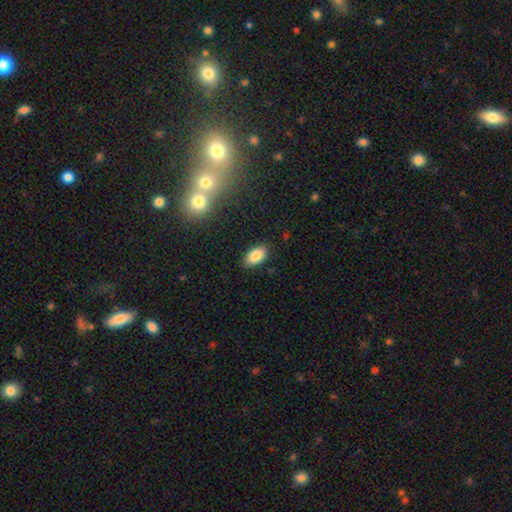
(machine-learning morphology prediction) A smooth galaxy with no disk features (86%) that is in between round and cigar-shaped (94%). Merging: none (86%).